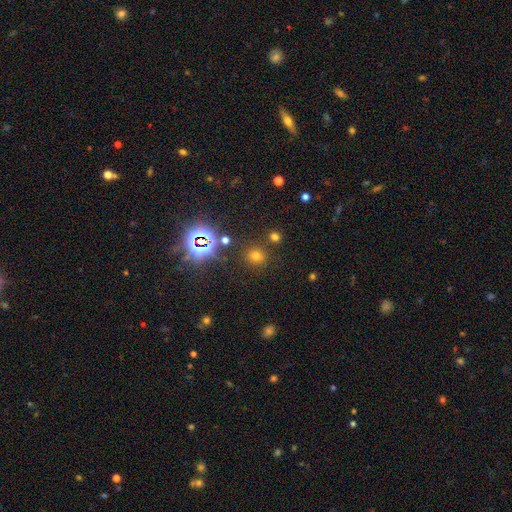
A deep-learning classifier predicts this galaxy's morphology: Overall: smooth (62%; star or artifact 30%). How rounded: round (88%). Merging: none (84%).